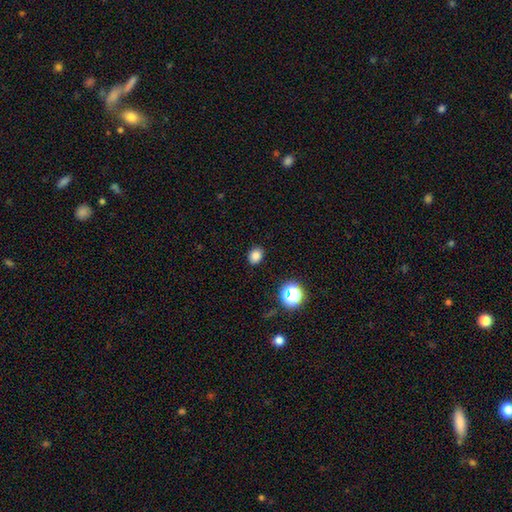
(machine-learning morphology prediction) This is clearly a smooth galaxy (81%). How rounded: possibly in between (54%). Merging: clearly none (88%).